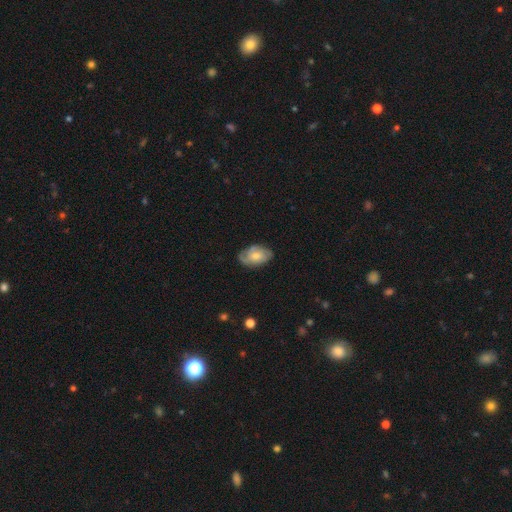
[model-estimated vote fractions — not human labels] This appears to be a smooth galaxy with no disk features (48%). Merging: none (68%).